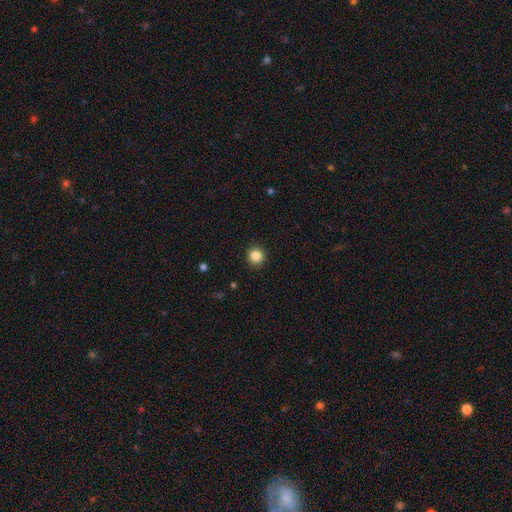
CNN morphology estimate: Smooth or featured: smooth — 85% (star or artifact — 11%)
How rounded: round — 94% (in between — 5%)
Merging: none — 92% (minor disturbance — 5%)